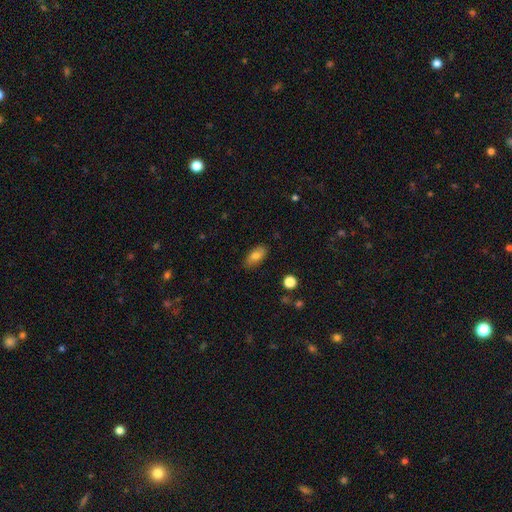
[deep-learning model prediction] Smooth or featured: smooth — 76% (featured or disk — 16%)
How rounded: in between — 89% (cigar-shaped — 7%)
Merging: none — 84% (minor disturbance — 12%)